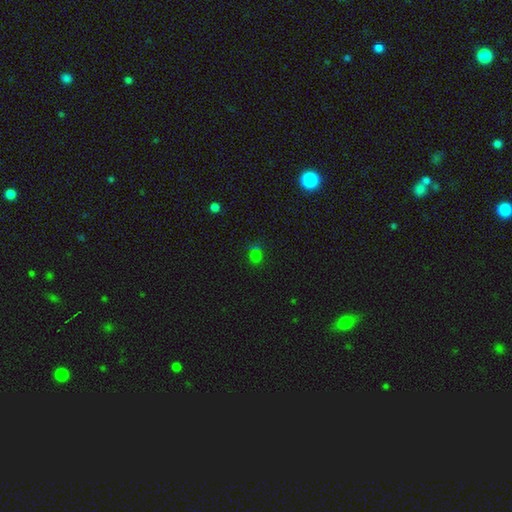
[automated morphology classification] A smooth galaxy with no disk features (62%) that is round (68%).

Vote fractions:
- Smooth or featured? smooth: 62% / star or artifact: 31% / featured or disk: 6%
- How rounded? round: 68% / in between: 31% / cigar-shaped: 1%
- Merging? none: 64% / minor disturbance: 16% / merger: 13% / major disturbance: 7%